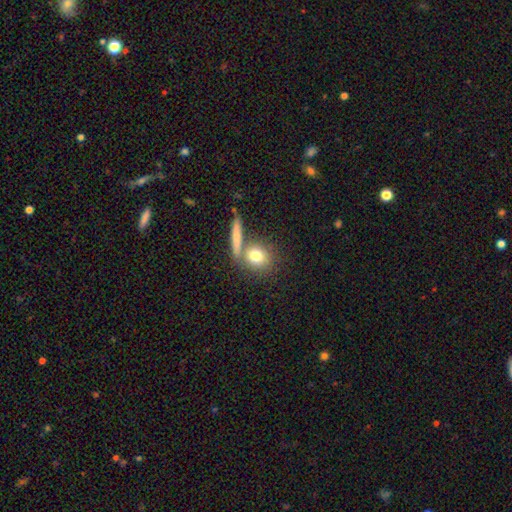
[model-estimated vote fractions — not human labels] Smooth or featured? smooth (77%)
How rounded? round (72%)
Merging? none (62%)